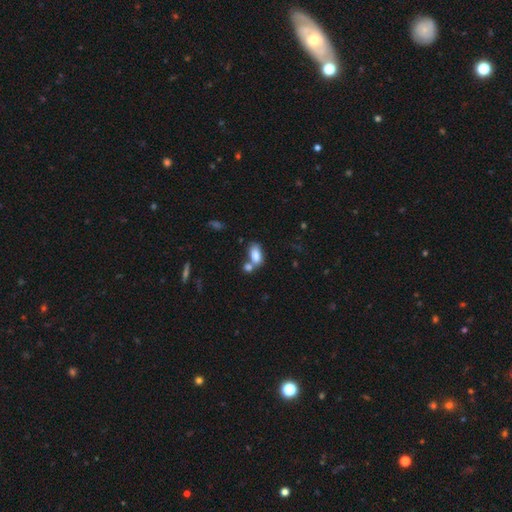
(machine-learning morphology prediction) smooth 81%, featured or disk 11%, star or artifact 8%. Down the decision tree: how rounded — in between (90%); merging — none (42%).